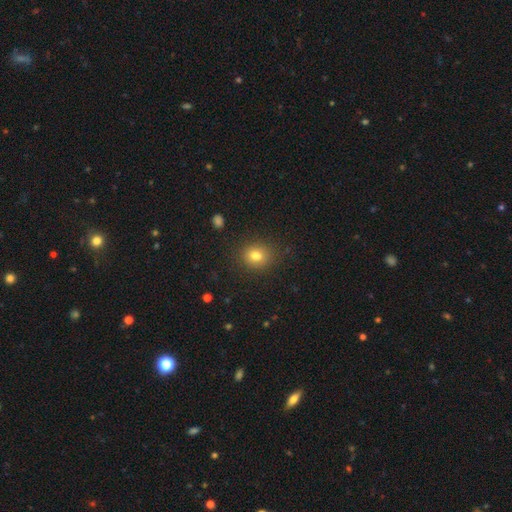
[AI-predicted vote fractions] Smooth or featured?
  - smooth: 79% *
  - star or artifact: 14%
  - featured or disk: 8%
How rounded?
  - round: 70% *
  - in between: 29%
  - cigar-shaped: 1%
Merging?
  - none: 85% *
  - minor disturbance: 10%
  - major disturbance: 3%
  - merger: 2%